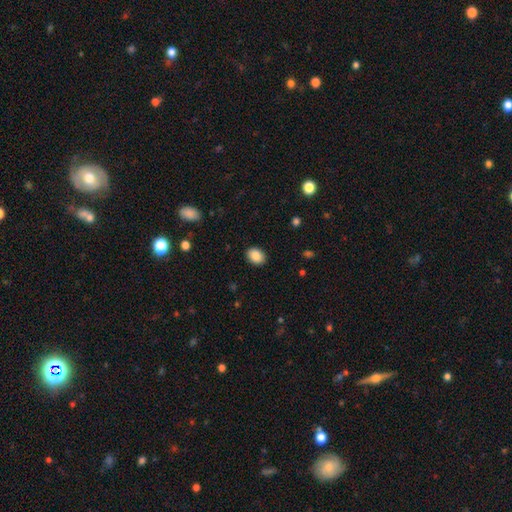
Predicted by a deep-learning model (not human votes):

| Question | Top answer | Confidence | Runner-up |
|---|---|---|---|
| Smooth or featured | smooth | 88% | star or artifact (8%) |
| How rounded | in between | 67% | round (32%) |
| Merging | none | 89% | minor disturbance (7%) |